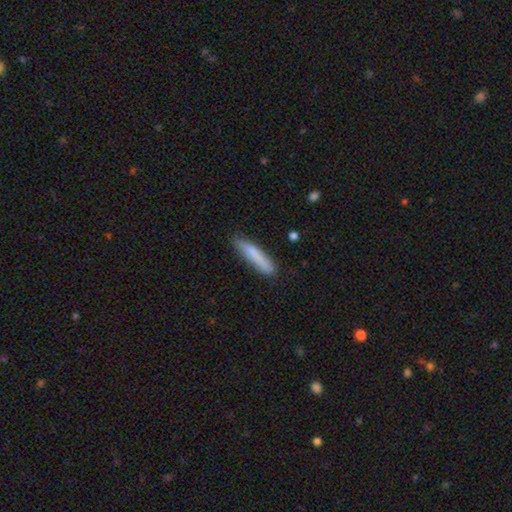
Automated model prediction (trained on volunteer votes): Smooth or featured: smooth — 80% (featured or disk — 15%)
How rounded: cigar-shaped — 91% (in between — 8%)
Merging: none — 81% (minor disturbance — 14%)